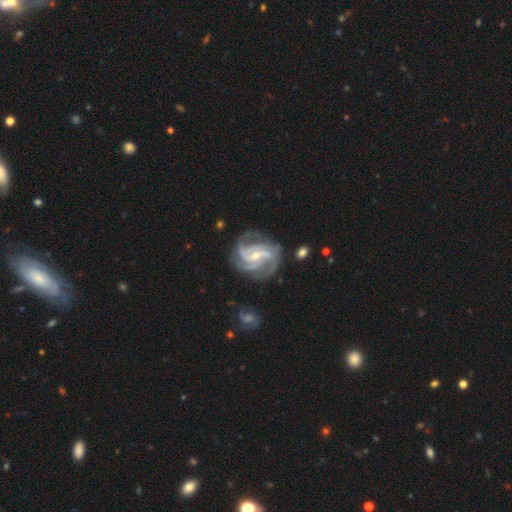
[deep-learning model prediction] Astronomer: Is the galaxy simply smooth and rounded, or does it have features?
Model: featured or disk — 93%.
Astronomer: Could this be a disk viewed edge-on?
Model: no — 98%.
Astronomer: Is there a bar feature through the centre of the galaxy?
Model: weak — 41% (runner-up: no, 37%).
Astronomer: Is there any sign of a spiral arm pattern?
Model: yes — 99%.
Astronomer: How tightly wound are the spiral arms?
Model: medium — 48% (runner-up: tight, 45%).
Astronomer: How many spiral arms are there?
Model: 3 — 45% (runner-up: 4, 28%).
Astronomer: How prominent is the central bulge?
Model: small — 61%.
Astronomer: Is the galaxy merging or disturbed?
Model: none — 75%.